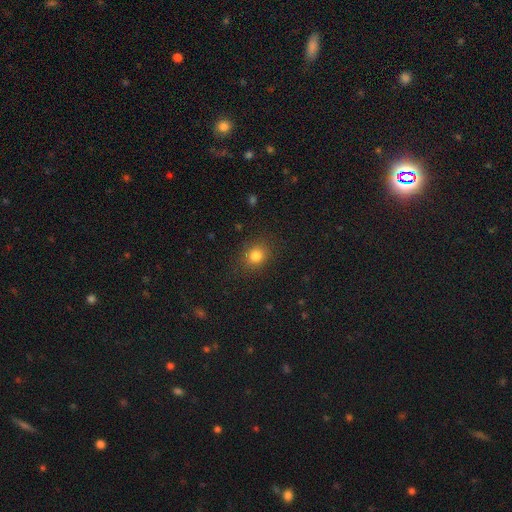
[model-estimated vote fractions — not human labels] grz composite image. It shows a smooth galaxy with no disk features (82%) that is round (67%). Merging: none (85%).